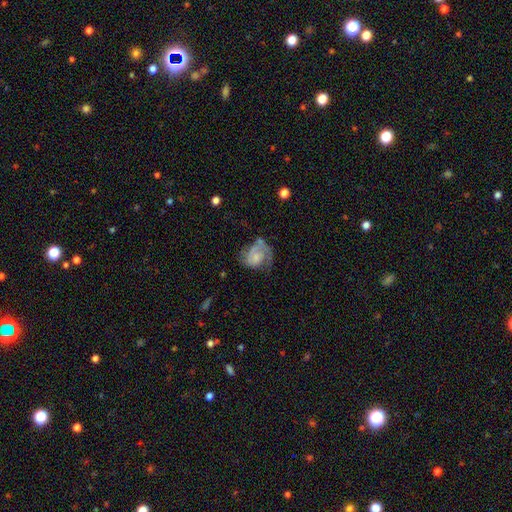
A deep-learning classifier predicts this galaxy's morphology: type=featured or disk (60%); edge-on=no (98%); bar=no (73%); spiral arms=yes (81%); bulge=small (39%); merging=none (37%).